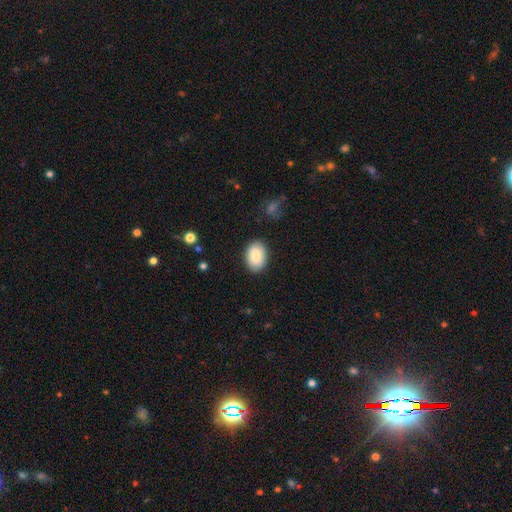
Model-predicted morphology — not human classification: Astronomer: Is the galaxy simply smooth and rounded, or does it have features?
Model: smooth — 85%.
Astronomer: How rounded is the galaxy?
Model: in between — 83%.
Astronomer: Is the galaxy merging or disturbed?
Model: none — 87%.